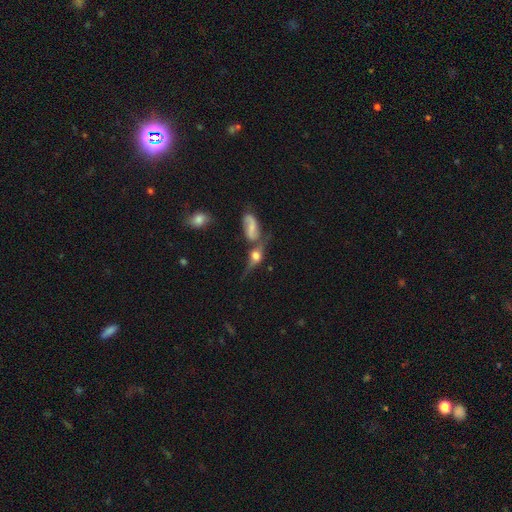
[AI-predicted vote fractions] Smooth or featured?
  - featured or disk: 59% *
  - smooth: 30%
  - star or artifact: 11%
Edge-on disk?
  - yes: 65% *
  - no: 35%
Merging?
  - merger: 40% *
  - none: 34%
  - minor disturbance: 14%
  - major disturbance: 11%